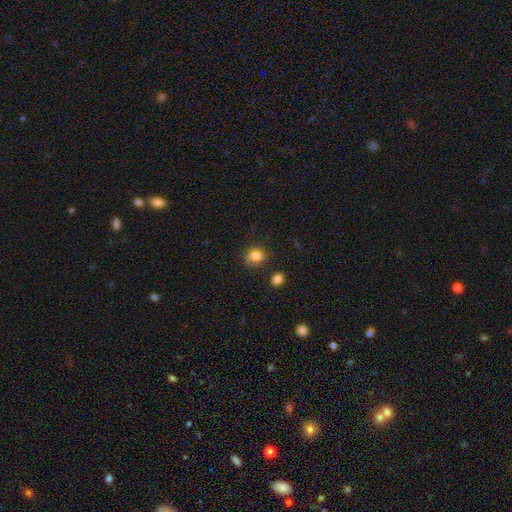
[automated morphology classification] Smooth or featured? Predicted: smooth (p=0.84). How rounded? Predicted: round (p=0.80). Merging? Predicted: none (p=0.78).